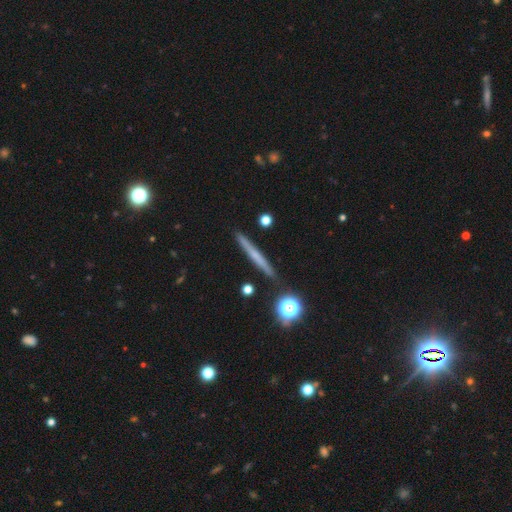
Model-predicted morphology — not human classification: Smooth or featured? Predicted: smooth (p=0.48). Merging? Predicted: none (p=0.90).